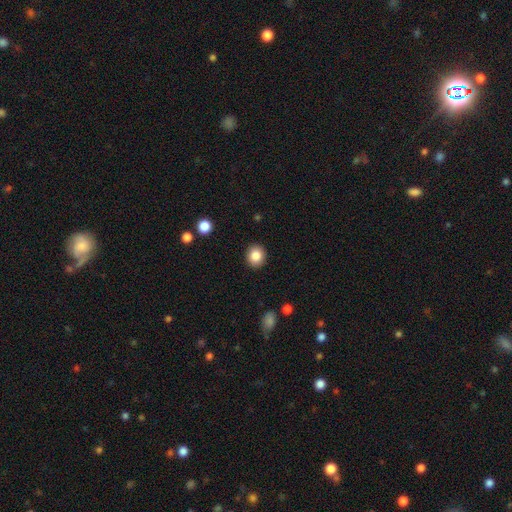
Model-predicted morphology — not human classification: Smooth or featured: smooth — 85% (star or artifact — 9%)
How rounded: round — 80% (in between — 19%)
Merging: none — 91% (minor disturbance — 6%)